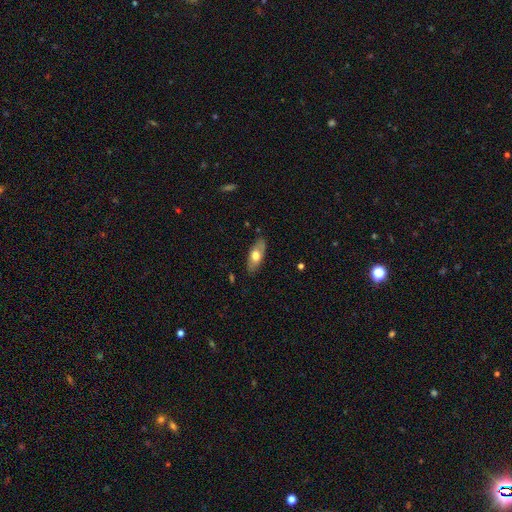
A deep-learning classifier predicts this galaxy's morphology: A smooth galaxy with no disk features (62%) that is in between round and cigar-shaped (83%). Merging: none (83%).